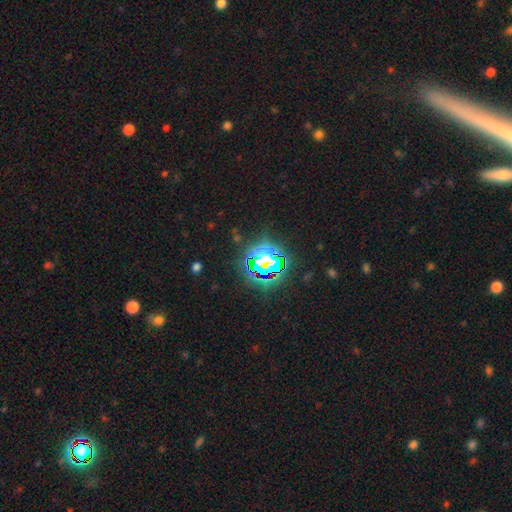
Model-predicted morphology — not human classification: smooth_or_featured: star or artifact (p=0.76) [alt: smooth p=0.15]